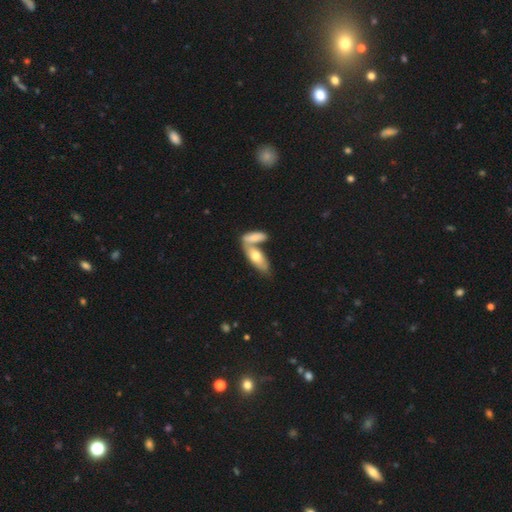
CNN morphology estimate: type=smooth (62%); roundness=in between (69%); merging=merger (47%).